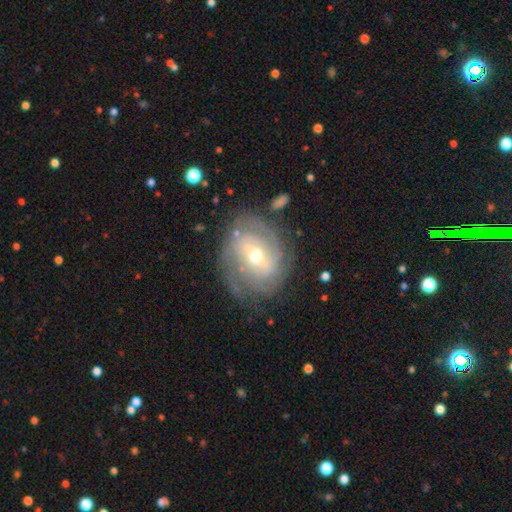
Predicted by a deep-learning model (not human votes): A featured or disk galaxy (81%) with a weak bar (49%), 2 (38%) tight (56%) spiral arms (88%) and a moderate central bulge (59%). Merging: none (70%).